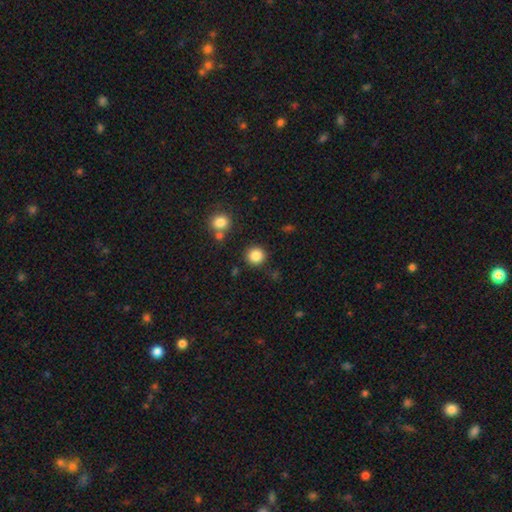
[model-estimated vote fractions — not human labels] Morphology: type=smooth (86%); roundness=round (94%); merging=none (88%).